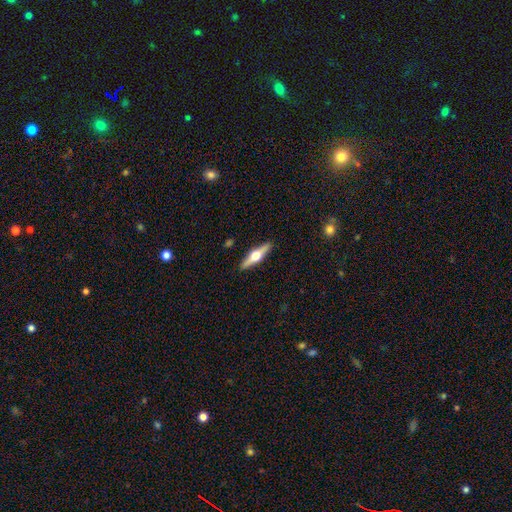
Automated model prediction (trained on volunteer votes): This appears to be a featured or disk galaxy (68%) viewed edge-on (96%) with a rounded central bulge (96%). Merging: none (91%).